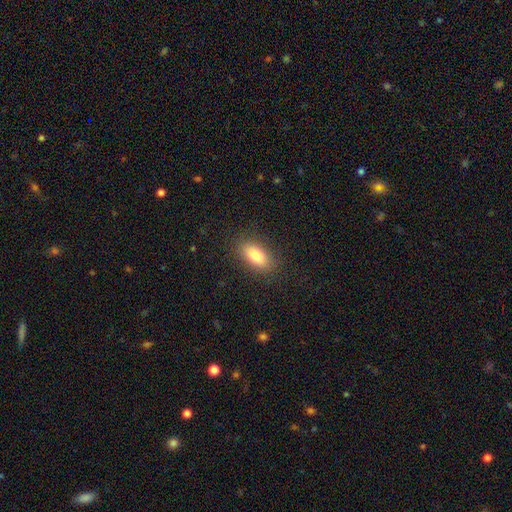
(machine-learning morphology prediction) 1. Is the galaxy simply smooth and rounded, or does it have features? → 84% smooth, 9% featured or disk, 7% star or artifact.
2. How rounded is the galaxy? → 85% in between, 11% cigar-shaped, 4% round.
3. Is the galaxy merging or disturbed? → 87% none, 9% minor disturbance, 3% major disturbance, 1% merger.